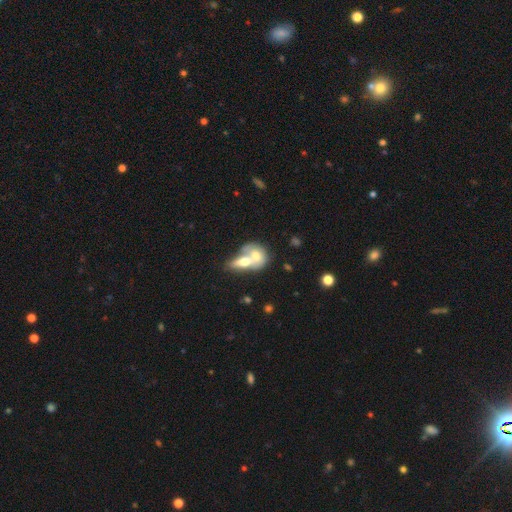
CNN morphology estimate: The model was most divided on "smooth or featured": smooth: 60%, featured or disk: 34%, star or artifact: 6%. More confident: merging — merger (79%); how rounded — in between (67%).